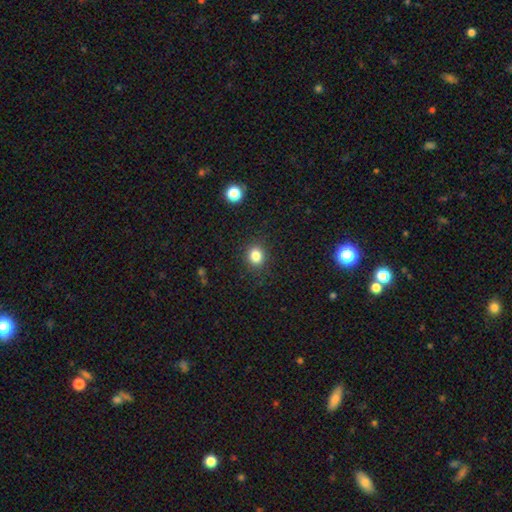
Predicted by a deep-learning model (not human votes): Smooth or featured?
  - smooth: 83% *
  - star or artifact: 12%
  - featured or disk: 5%
How rounded?
  - round: 74% *
  - in between: 26%
  - cigar-shaped: 1%
Merging?
  - none: 88% *
  - minor disturbance: 8%
  - major disturbance: 3%
  - merger: 1%